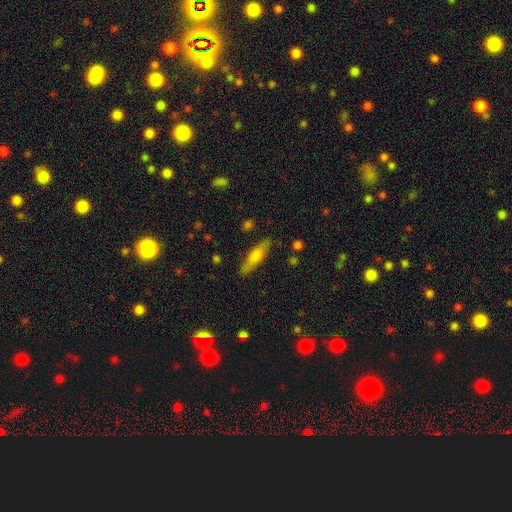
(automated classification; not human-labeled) Morphology: type=smooth (57%); roundness=cigar-shaped (73%); merging=none (85%).